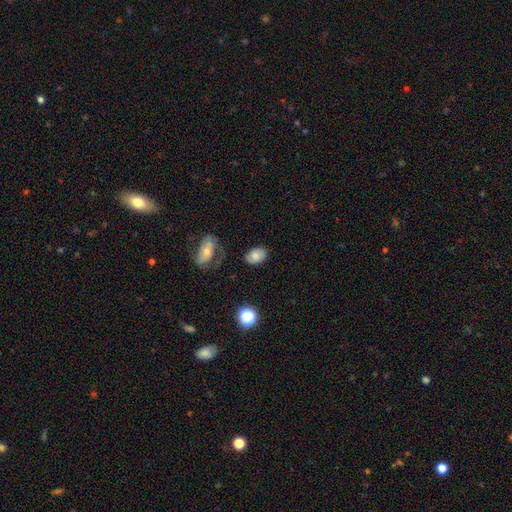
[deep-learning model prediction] Smooth or featured? Predicted: smooth (p=0.71). How rounded? Predicted: in between (p=0.84). Merging? Predicted: none (p=0.74).